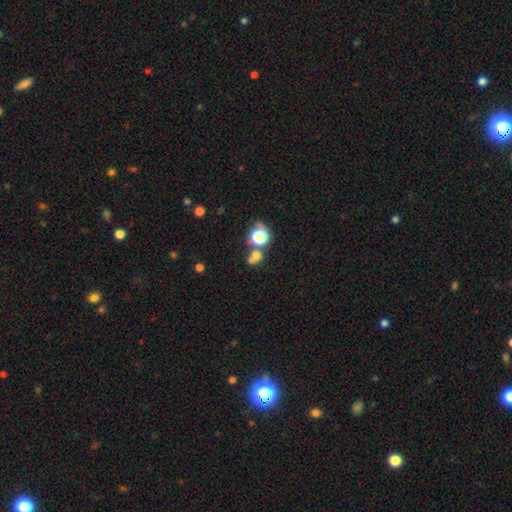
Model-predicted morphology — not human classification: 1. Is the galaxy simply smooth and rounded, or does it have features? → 65% smooth, 24% star or artifact, 11% featured or disk.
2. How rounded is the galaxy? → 78% round, 20% in between, 1% cigar-shaped.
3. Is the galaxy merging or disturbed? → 48% none, 37% merger, 9% minor disturbance, 6% major disturbance.